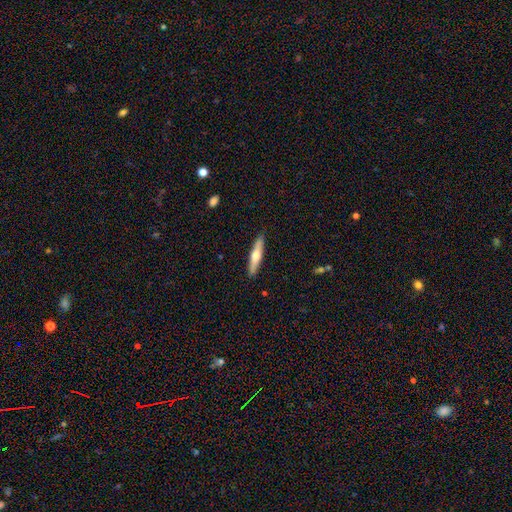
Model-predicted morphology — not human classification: Smooth or featured? Predicted: smooth (p=0.51). How rounded? Predicted: cigar-shaped (p=0.87). Merging? Predicted: none (p=0.89).